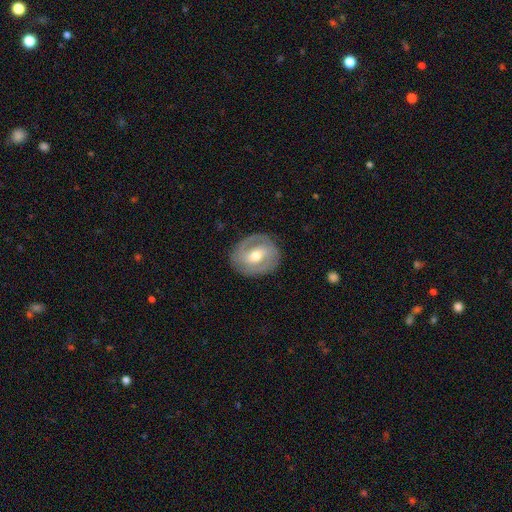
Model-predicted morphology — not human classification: smooth-or-featured: featured or disk: 71% | smooth: 23% | star or artifact: 5%
  disk-edge-on: no: 95% | yes: 5%
    bar: weak: 42% | strong: 31% | no: 27%
    has-spiral-arms: yes: 73% | no: 27%
    bulge-size: moderate: 71% | small: 23% | large: 4% | none: 1% | dominant: 1%
  merging: none: 83% | minor disturbance: 12% | major disturbance: 4% | merger: 1%